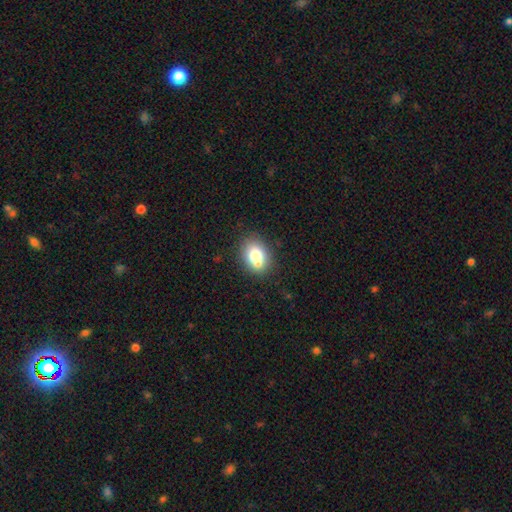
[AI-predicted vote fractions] smooth_or_featured: smooth (p=0.73) [alt: featured or disk p=0.17]
how_rounded: in between (p=0.61) [alt: round p=0.38]
merging: none (p=0.63) [alt: merger p=0.20]